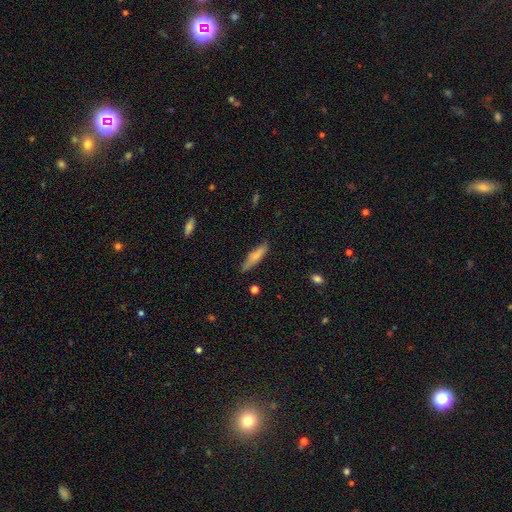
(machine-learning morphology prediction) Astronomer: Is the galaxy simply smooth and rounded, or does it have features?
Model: smooth — 75%.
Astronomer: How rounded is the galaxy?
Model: cigar-shaped — 78%.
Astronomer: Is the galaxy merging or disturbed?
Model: none — 81%.